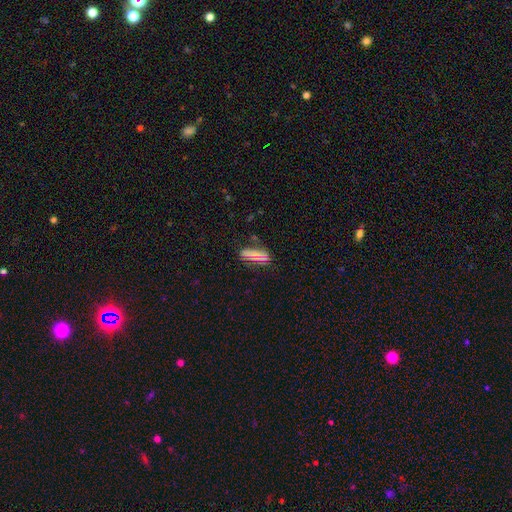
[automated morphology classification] This appears to be a smooth galaxy with no disk features (61%) that is in between round and cigar-shaped (76%). Merging: none (69%).